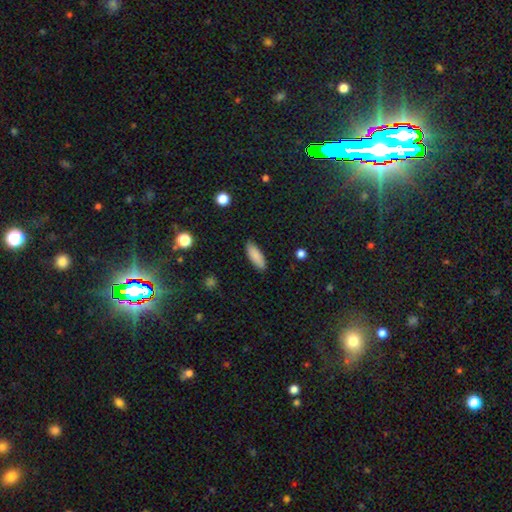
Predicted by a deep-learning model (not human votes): Smooth or featured: smooth — 88% (star or artifact — 6%)
How rounded: in between — 64% (cigar-shaped — 34%)
Merging: none — 88% (minor disturbance — 9%)